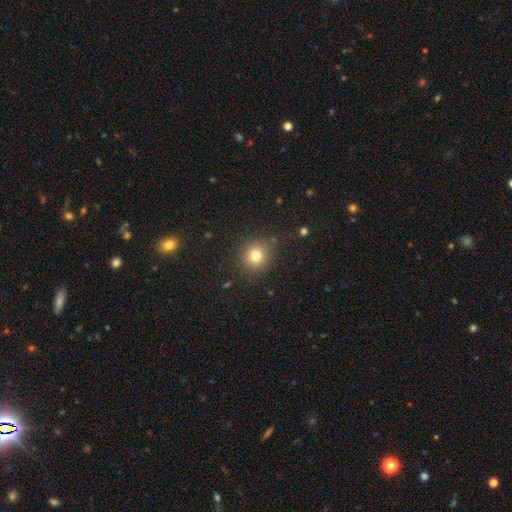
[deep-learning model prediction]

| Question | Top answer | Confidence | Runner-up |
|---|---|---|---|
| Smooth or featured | smooth | 78% | star or artifact (14%) |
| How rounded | round | 87% | in between (12%) |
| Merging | none | 85% | minor disturbance (9%) |